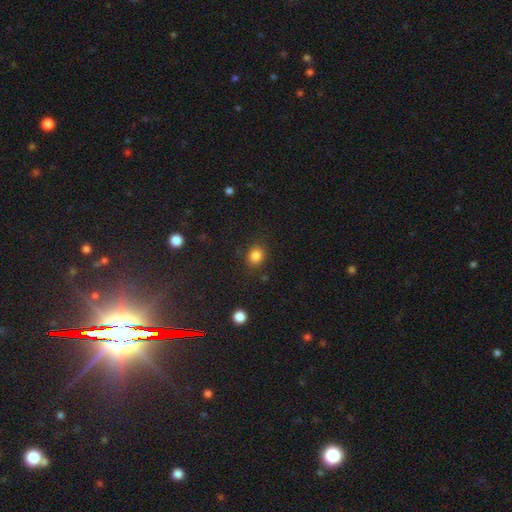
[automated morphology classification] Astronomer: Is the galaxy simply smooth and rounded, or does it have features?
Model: smooth — 84%.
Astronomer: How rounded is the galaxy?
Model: round — 71%.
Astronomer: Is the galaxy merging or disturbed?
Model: none — 84%.